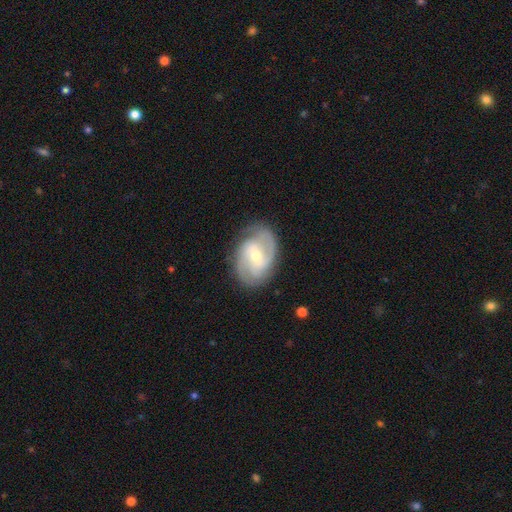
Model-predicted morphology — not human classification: This is clearly a featured or disk galaxy (85%). It is clearly not viewed edge-on (97%). Bar: possibly weak (51%). Spiral arm pattern: clearly yes (96%). Spiral arm count: possibly 2 (52%). Spiral winding: possibly medium (46%). Central bulge: possibly small (50%). Merging: clearly none (80%).